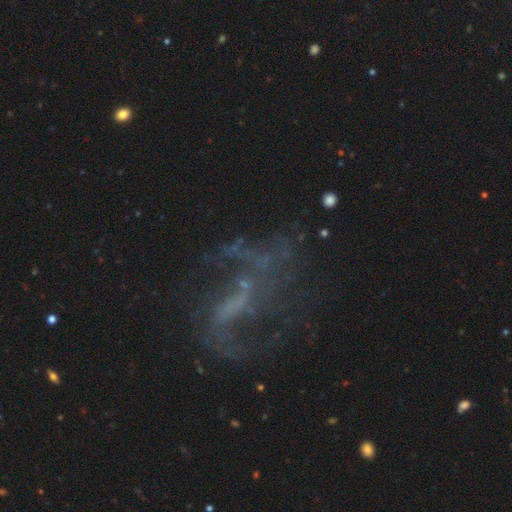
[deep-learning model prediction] Smooth or featured?
  - featured or disk: 69% *
  - star or artifact: 21%
  - smooth: 10%
Edge-on disk?
  - no: 95% *
  - yes: 5%
Bar?
  - weak: 39% *
  - no: 32%
  - strong: 29%
Spiral arms?
  - yes: 71% *
  - no: 29%
Bulge size?
  - none: 61% *
  - small: 25%
  - moderate: 10%
  - large: 2%
  - dominant: 1%
Merging?
  - none: 50% *
  - major disturbance: 29%
  - minor disturbance: 15%
  - merger: 5%